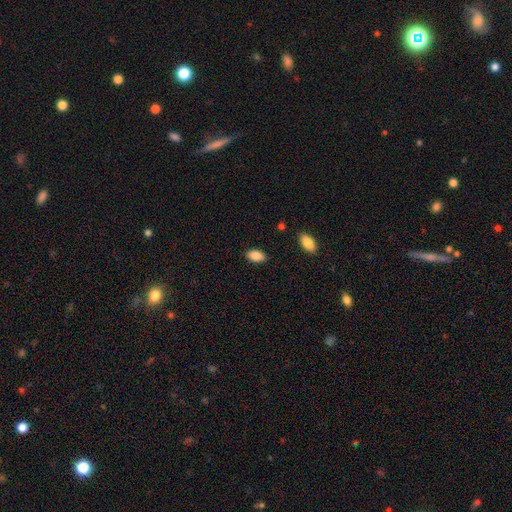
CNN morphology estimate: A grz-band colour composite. It shows a smooth galaxy with no disk features (86%) that is in between round and cigar-shaped (93%). Merging: none (88%).